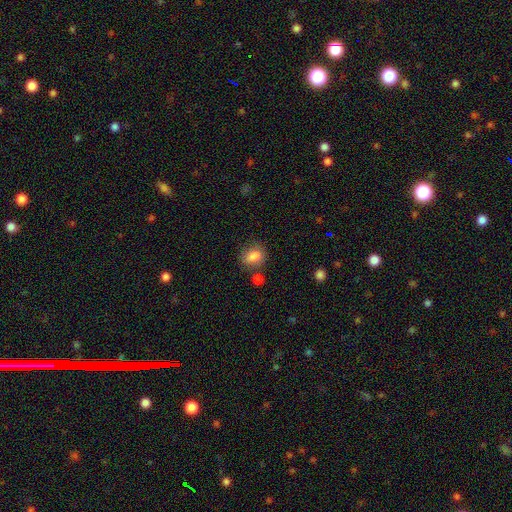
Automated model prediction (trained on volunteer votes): This appears to be a smooth galaxy with no disk features (83%) that is in between round and cigar-shaped (61%). Merging: none (68%).